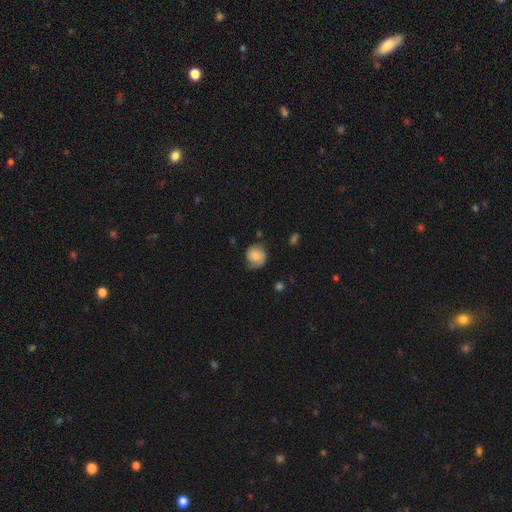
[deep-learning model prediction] This appears to be a smooth galaxy with no disk features (69%) that is round (80%). Merging: none (62%).